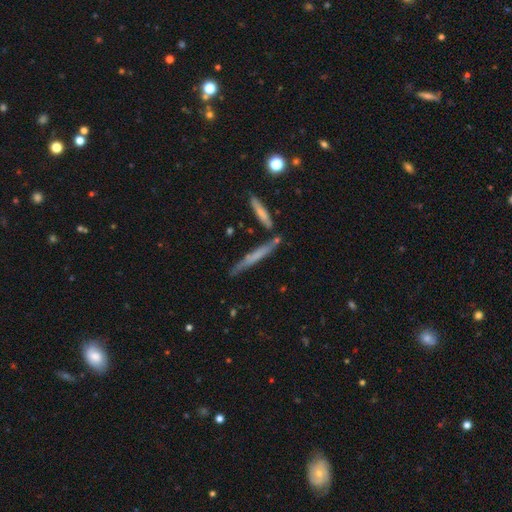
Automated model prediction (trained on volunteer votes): Smooth or featured? Predicted: smooth (p=0.49). Merging? Predicted: none (p=0.76).